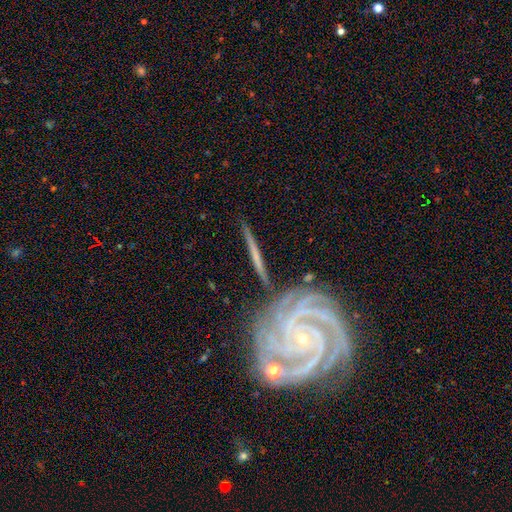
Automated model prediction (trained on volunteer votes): A featured or disk galaxy (78%) viewed edge-on (61%). Merging: none (76%).